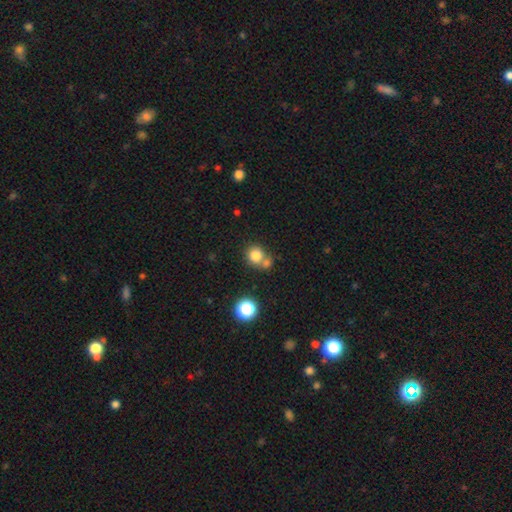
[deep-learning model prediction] A smooth galaxy with no disk features (79%) that is round (85%). Merging: none (53%).